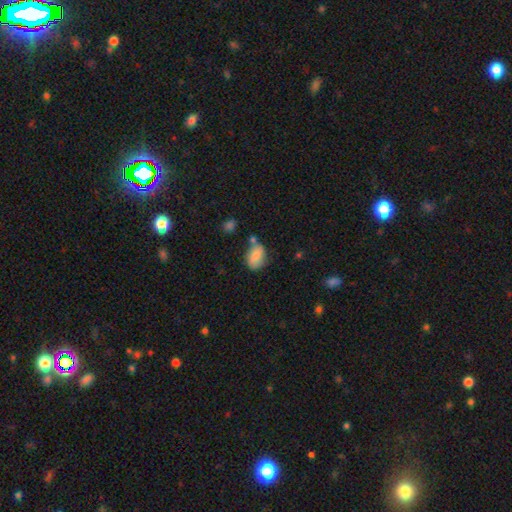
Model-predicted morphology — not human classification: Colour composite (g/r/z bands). It shows a smooth galaxy with no disk features (79%) that is in between round and cigar-shaped (82%). Merging: none (55%).